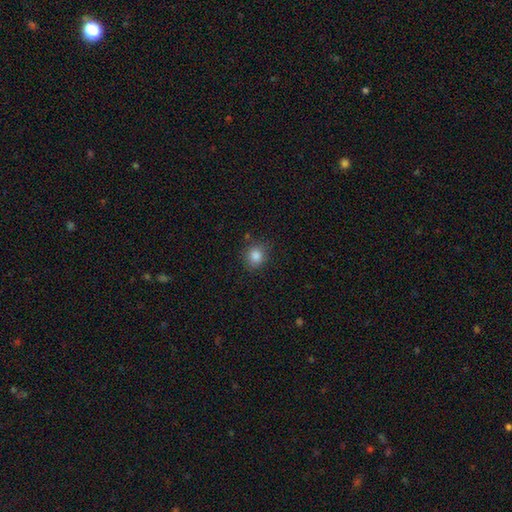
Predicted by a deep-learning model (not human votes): Smooth or featured? Predicted: smooth (p=0.85). How rounded? Predicted: round (p=0.77). Merging? Predicted: none (p=0.81).